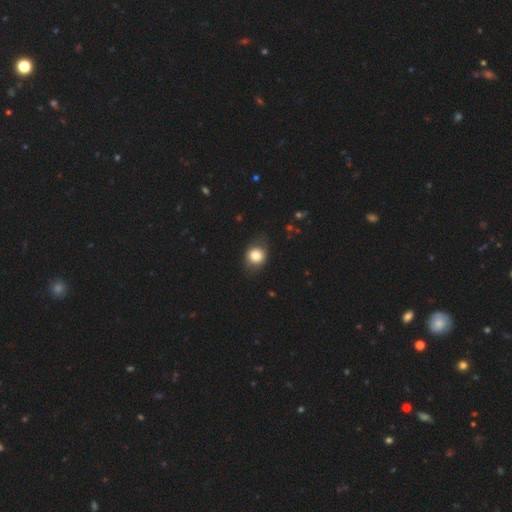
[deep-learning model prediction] smooth 78%, featured or disk 13%, star or artifact 9%. Down the decision tree: how rounded — round (65%); merging — none (73%).